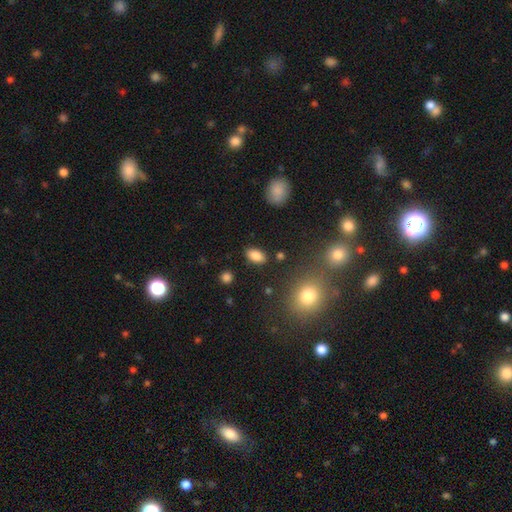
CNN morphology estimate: smooth_or_featured: smooth (p=0.85) [alt: star or artifact p=0.09]
how_rounded: in between (p=0.91) [alt: round p=0.06]
merging: none (p=0.85) [alt: minor disturbance p=0.10]